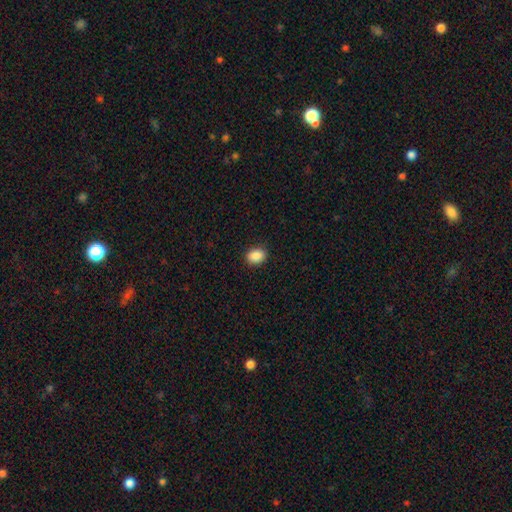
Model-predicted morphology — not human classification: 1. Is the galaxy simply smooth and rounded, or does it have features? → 89% smooth, 8% star or artifact, 3% featured or disk.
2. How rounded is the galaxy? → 59% in between, 40% round, 1% cigar-shaped.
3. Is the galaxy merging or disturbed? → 90% none, 7% minor disturbance, 2% major disturbance, 1% merger.